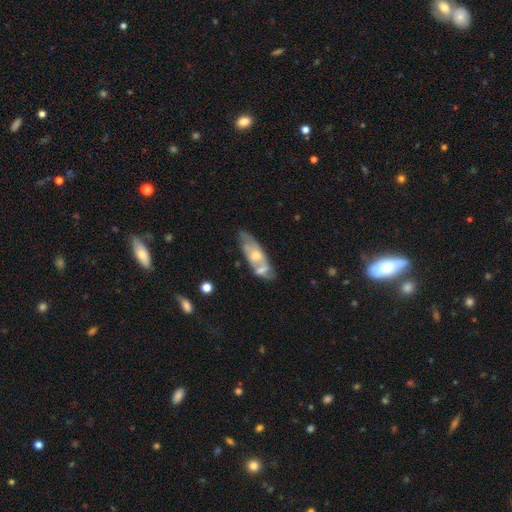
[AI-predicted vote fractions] smooth-or-featured: featured or disk: 63% | smooth: 30% | star or artifact: 7%
  disk-edge-on: no: 79% | yes: 21%
  merging: none: 44% | merger: 26% | minor disturbance: 21% | major disturbance: 9%